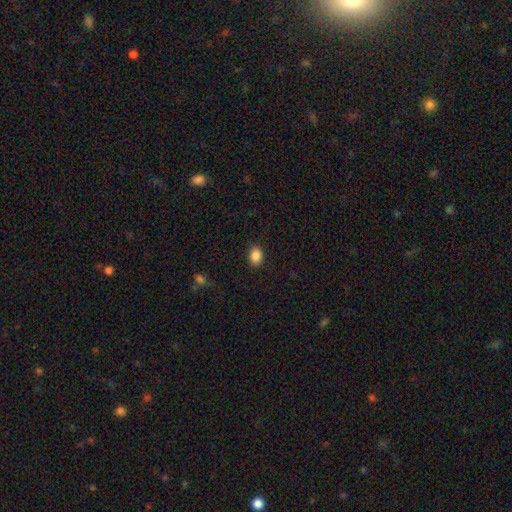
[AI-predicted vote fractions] Smooth or featured?
  - smooth: 87% *
  - star or artifact: 9%
  - featured or disk: 4%
How rounded?
  - in between: 56% *
  - round: 43%
  - cigar-shaped: 1%
Merging?
  - none: 88% *
  - minor disturbance: 9%
  - major disturbance: 2%
  - merger: 1%